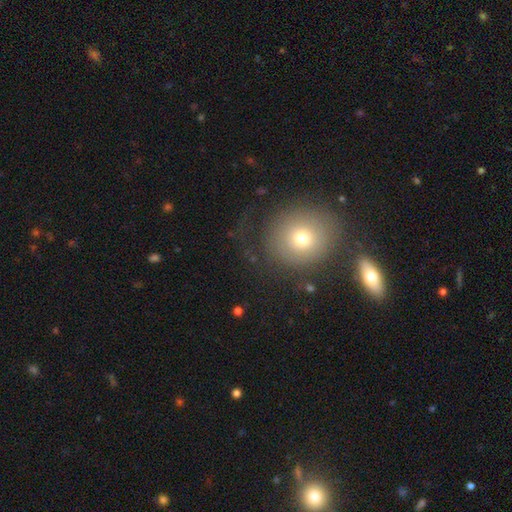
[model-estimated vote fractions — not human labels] Smooth or featured?
  - smooth: 48% *
  - featured or disk: 32%
  - star or artifact: 21%
Merging?
  - none: 72% *
  - minor disturbance: 13%
  - merger: 8%
  - major disturbance: 7%